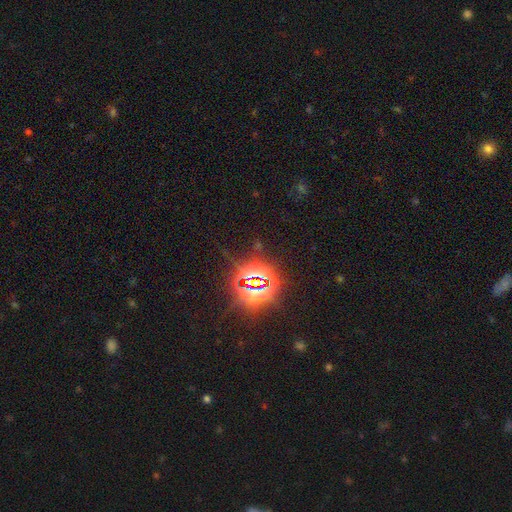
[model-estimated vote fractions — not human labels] star or artifact 79%, smooth 14%, featured or disk 7%.